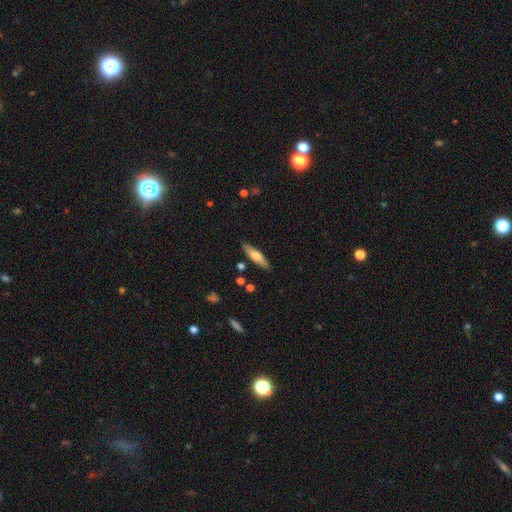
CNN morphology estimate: Smooth or featured: smooth — 60% (featured or disk — 34%)
How rounded: cigar-shaped — 69% (in between — 29%)
Merging: none — 86% (minor disturbance — 10%)